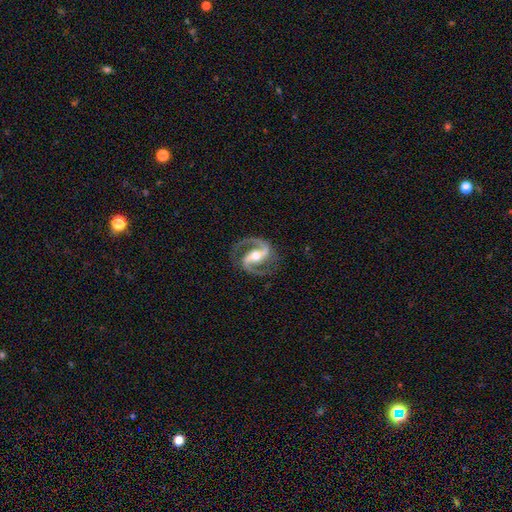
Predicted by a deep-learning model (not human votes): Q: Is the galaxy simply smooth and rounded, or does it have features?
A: featured or disk — 94%.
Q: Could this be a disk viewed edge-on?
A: no — 98%.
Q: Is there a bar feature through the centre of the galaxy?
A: strong — 57%.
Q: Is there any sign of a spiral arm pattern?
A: yes — 98%.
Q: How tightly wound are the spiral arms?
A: medium — 64%.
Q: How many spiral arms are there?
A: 2 — 94%.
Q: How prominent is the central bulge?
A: moderate — 70%.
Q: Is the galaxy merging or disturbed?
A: none — 81%.